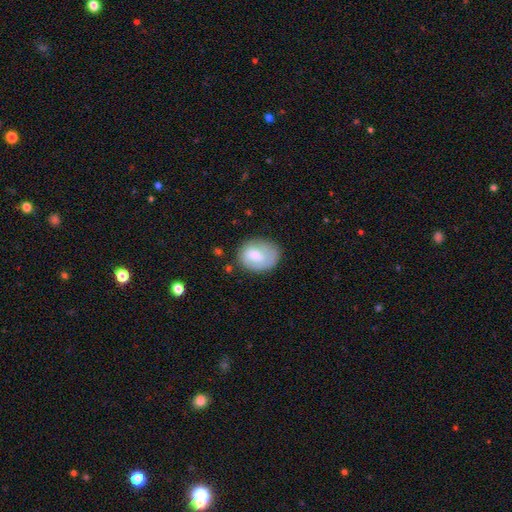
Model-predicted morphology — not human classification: Smooth or featured: smooth — 72% (featured or disk — 21%)
How rounded: in between — 59% (round — 40%)
Merging: none — 61% (minor disturbance — 25%)